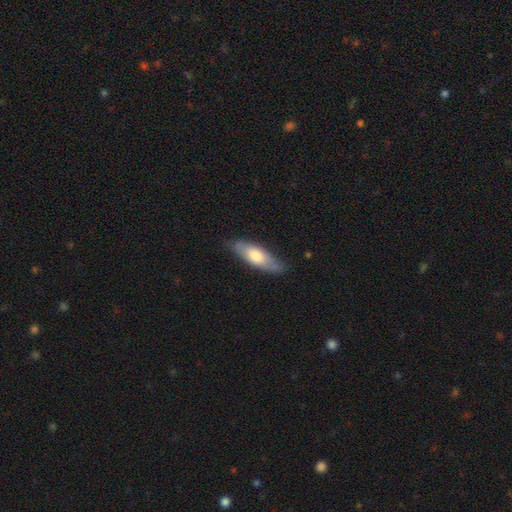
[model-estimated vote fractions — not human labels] A smooth galaxy with no disk features (65%) that is in between round and cigar-shaped (54%). Merging: none (79%).